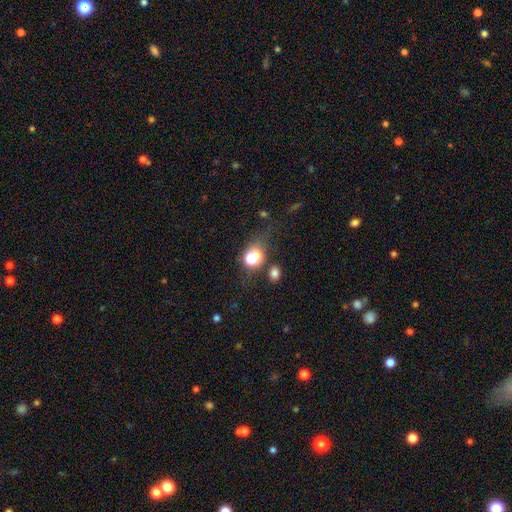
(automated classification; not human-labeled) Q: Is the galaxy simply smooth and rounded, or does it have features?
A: smooth — 70%.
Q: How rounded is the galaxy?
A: in between — 51%.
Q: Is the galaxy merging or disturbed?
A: none — 38%.